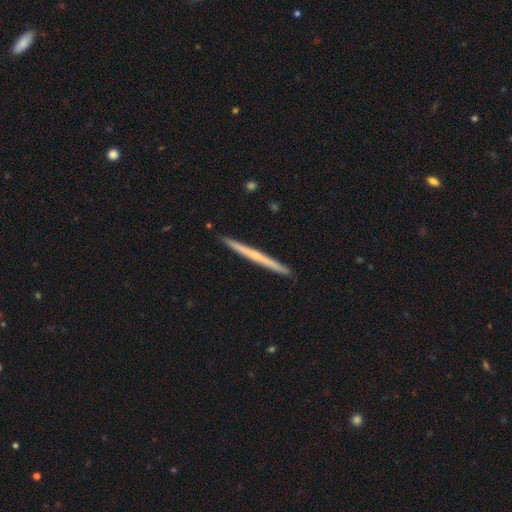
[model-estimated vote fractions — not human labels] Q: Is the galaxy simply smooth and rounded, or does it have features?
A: featured or disk — 61%.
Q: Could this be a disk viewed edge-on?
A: yes — 98%.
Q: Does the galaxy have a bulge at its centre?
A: none — 59%.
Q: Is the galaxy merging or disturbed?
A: none — 93%.